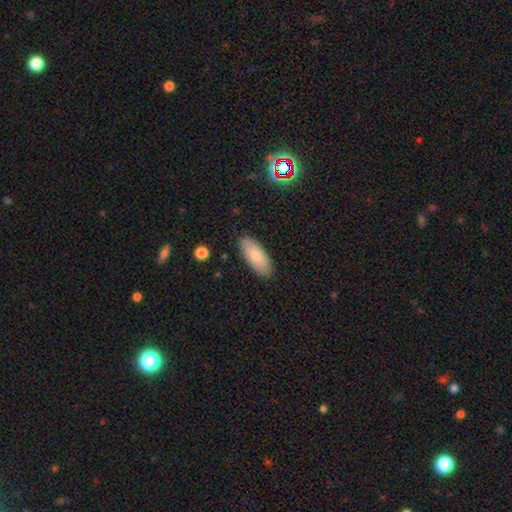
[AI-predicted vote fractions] A smooth galaxy with no disk features (77%) that is in between round and cigar-shaped (82%). Merging: none (87%).